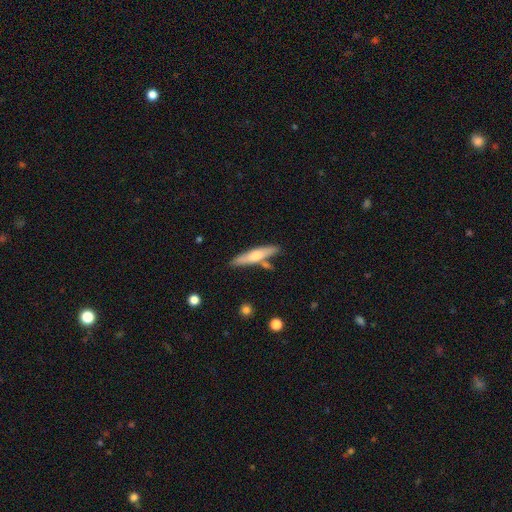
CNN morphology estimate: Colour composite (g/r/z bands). It shows a featured or disk galaxy (48%). Merging: none (78%).